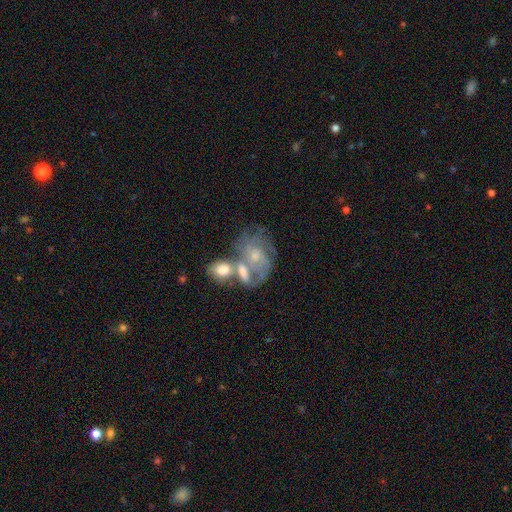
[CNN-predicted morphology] smooth-or-featured: featured or disk: 65% | smooth: 27% | star or artifact: 8%
  disk-edge-on: no: 97% | yes: 3%
    bar: no: 74% | weak: 22% | strong: 4%
    has-spiral-arms: yes: 74% | no: 26%
    bulge-size: small: 51% | moderate: 36% | none: 7% | large: 4% | dominant: 1%
  merging: merger: 48% | none: 25% | minor disturbance: 14% | major disturbance: 13%